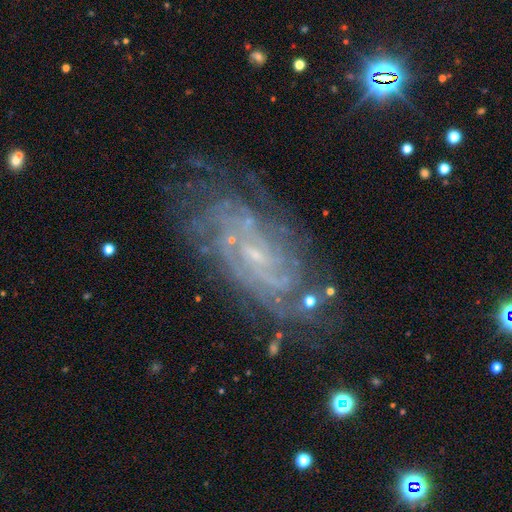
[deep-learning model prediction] A featured or disk galaxy (82%) with no bar (57%), tight (67%) spiral arms (93%) and a small central bulge (79%). Merging: none (71%).